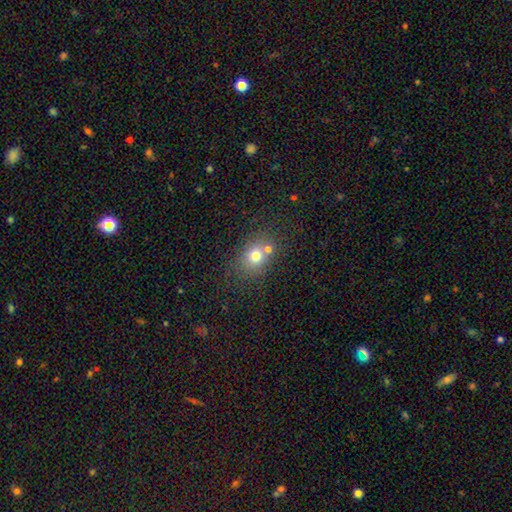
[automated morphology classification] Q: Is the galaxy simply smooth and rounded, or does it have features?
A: smooth — 71%.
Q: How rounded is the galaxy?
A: round — 60%.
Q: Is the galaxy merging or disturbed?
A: none — 59%.